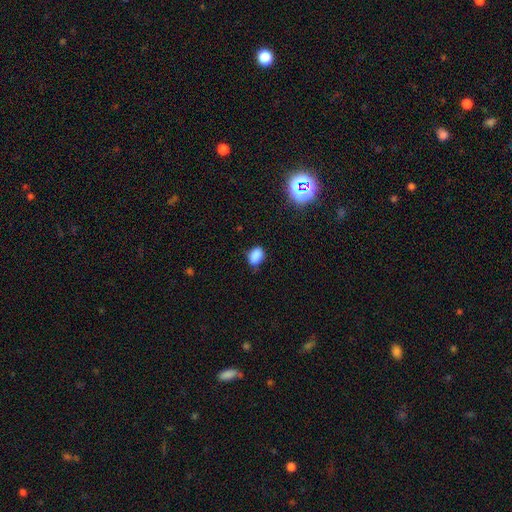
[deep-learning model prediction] The model was most divided on "merging": none: 67%, minor disturbance: 26%, major disturbance: 5%, merger: 2%. More confident: smooth or featured — smooth (85%); how rounded — in between (79%).